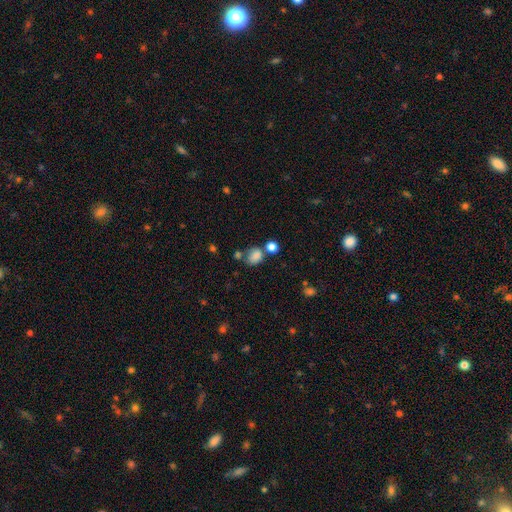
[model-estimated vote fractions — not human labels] A smooth galaxy with no disk features (81%) that is in between round and cigar-shaped (54%).

Vote fractions:
- Smooth or featured? smooth: 81% / star or artifact: 12% / featured or disk: 7%
- How rounded? in between: 54% / round: 45% / cigar-shaped: 1%
- Merging? none: 53% / merger: 23% / minor disturbance: 17% / major disturbance: 8%